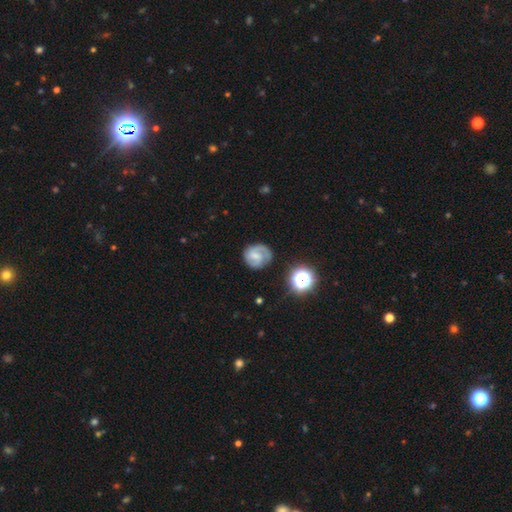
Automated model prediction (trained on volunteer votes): Smooth or featured: featured or disk — 62% (smooth — 29%)
Edge-on disk: no — 98% (yes — 2%)
Bar: weak — 49% (no — 39%)
Spiral arms: yes — 90% (no — 10%)
Spiral winding: tight — 44% (medium — 42%)
Spiral arm count: 2 — 60% (1 — 15%)
Bulge size: small — 42% (moderate — 27%)
Merging: none — 68% (minor disturbance — 20%)